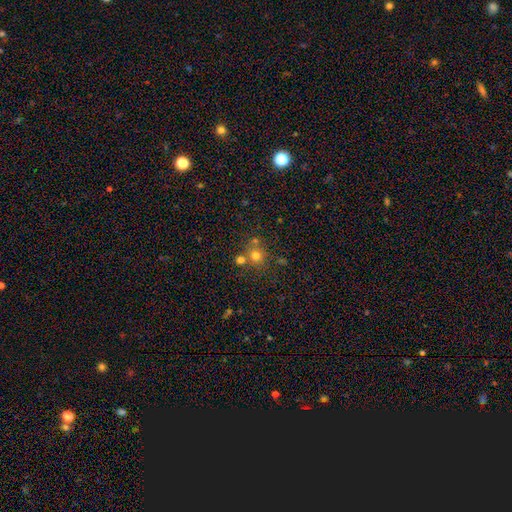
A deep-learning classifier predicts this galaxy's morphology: Smooth or featured: smooth — 71% (star or artifact — 19%)
How rounded: round — 89% (in between — 11%)
Merging: none — 64% (merger — 25%)